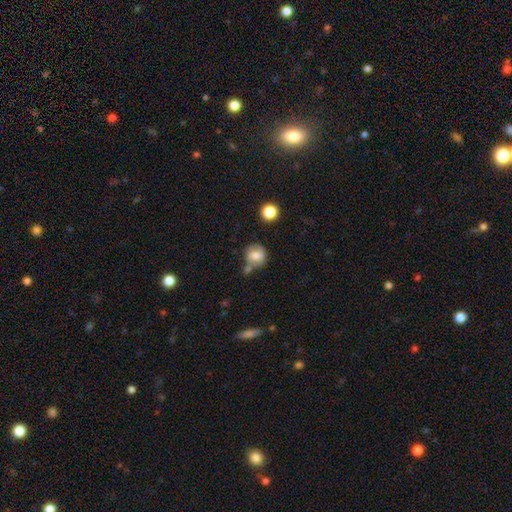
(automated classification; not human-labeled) smooth_or_featured: smooth (p=0.76) [alt: featured or disk p=0.14]
how_rounded: round (p=0.77) [alt: in between p=0.22]
merging: none (p=0.51) [alt: merger p=0.22]